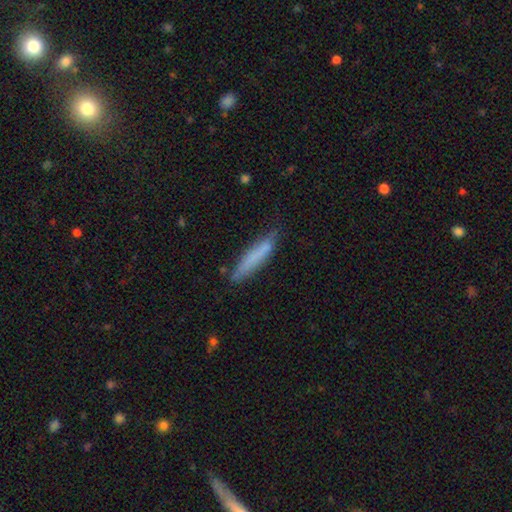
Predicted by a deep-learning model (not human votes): smooth 74%, featured or disk 19%, star or artifact 7%. Down the decision tree: how rounded — cigar-shaped (89%); merging — none (71%).